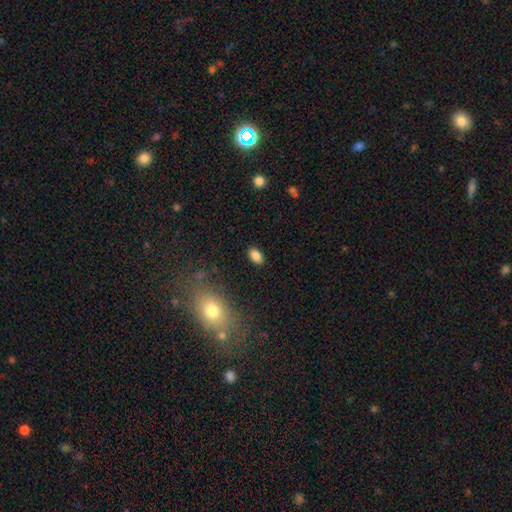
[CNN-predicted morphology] This appears to be a smooth galaxy with no disk features (86%) that is in between round and cigar-shaped (90%). Merging: none (87%).